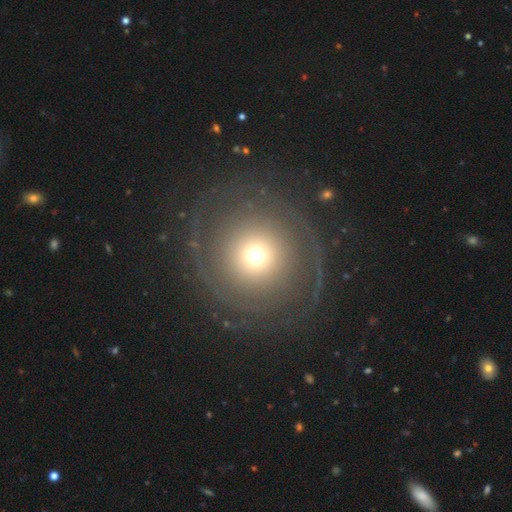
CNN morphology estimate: Smooth or featured: featured or disk — 56% (smooth — 31%)
Edge-on disk: no — 96% (yes — 4%)
Bar: no — 89% (weak — 8%)
Spiral arms: yes — 69% (no — 31%)
Bulge size: moderate — 44% (small — 39%)
Merging: none — 77% (major disturbance — 12%)